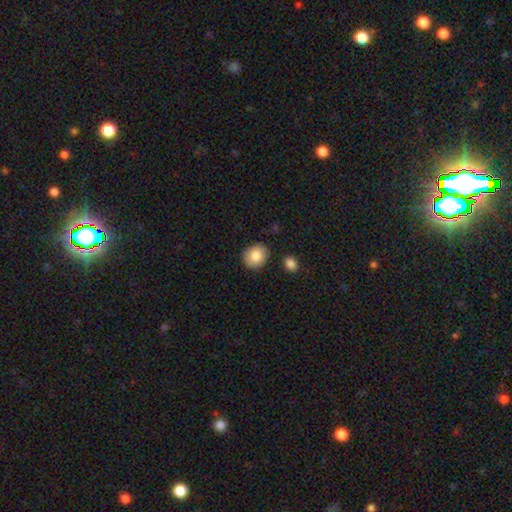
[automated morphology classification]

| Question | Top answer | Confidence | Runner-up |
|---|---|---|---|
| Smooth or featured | smooth | 84% | featured or disk (8%) |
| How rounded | round | 70% | in between (29%) |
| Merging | none | 86% | minor disturbance (9%) |